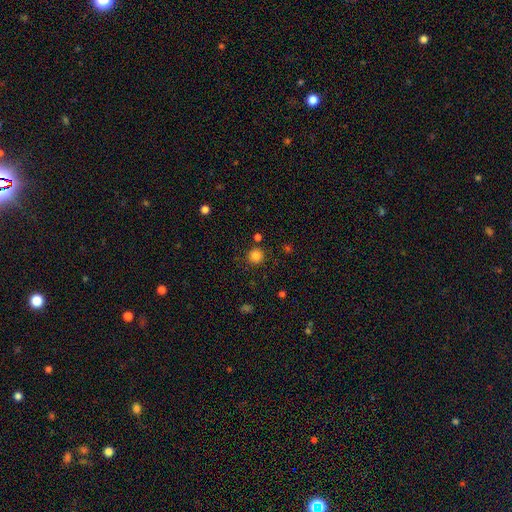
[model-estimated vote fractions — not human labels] Q: Smooth or featured?
A: smooth (83%); runner-up: star or artifact (13%)
Q: How rounded?
A: round (94%); runner-up: in between (5%)
Q: Merging?
A: none (86%); runner-up: minor disturbance (8%)